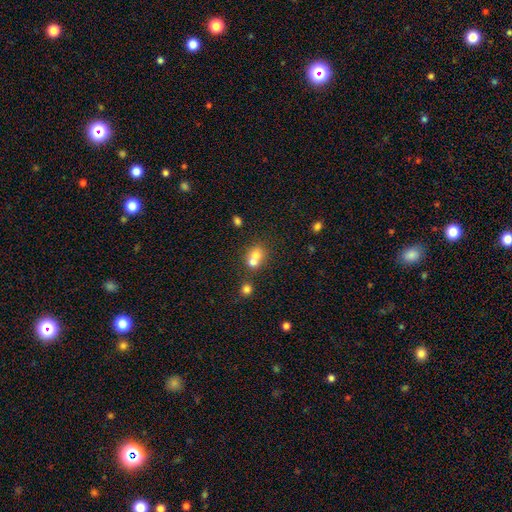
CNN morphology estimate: smooth-or-featured: smooth: 69% | featured or disk: 17% | star or artifact: 14%
  how-rounded: round: 65% | in between: 34% | cigar-shaped: 1%
  merging: merger: 60% | none: 30% | minor disturbance: 7% | major disturbance: 3%